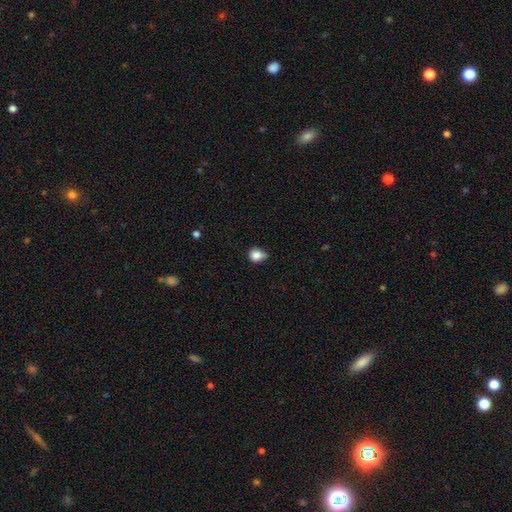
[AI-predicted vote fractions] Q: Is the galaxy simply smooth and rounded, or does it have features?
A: smooth — 83%.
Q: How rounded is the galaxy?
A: round — 60%.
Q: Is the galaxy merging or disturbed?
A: none — 45%.